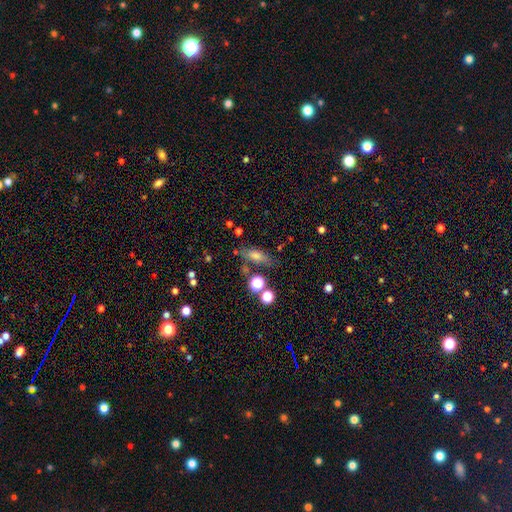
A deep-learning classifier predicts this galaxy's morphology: Smooth or featured? smooth (56%)
How rounded? in between (52%)
Merging? none (68%)